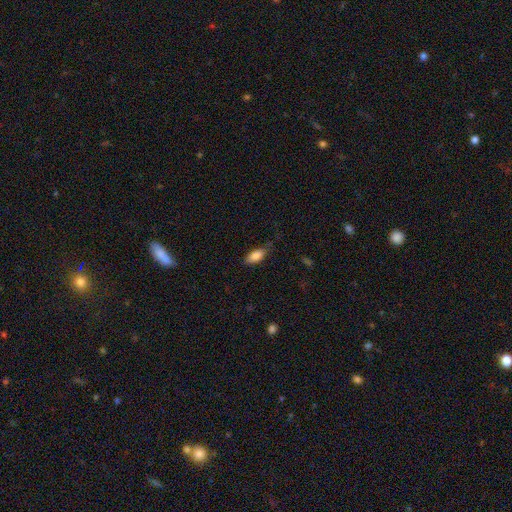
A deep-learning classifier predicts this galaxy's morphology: A smooth galaxy with no disk features (85%) that is in between round and cigar-shaped (88%).

Vote fractions:
- Smooth or featured? smooth: 85% / featured or disk: 8% / star or artifact: 7%
- How rounded? in between: 88% / cigar-shaped: 9% / round: 3%
- Merging? none: 72% / minor disturbance: 21% / major disturbance: 5% / merger: 2%